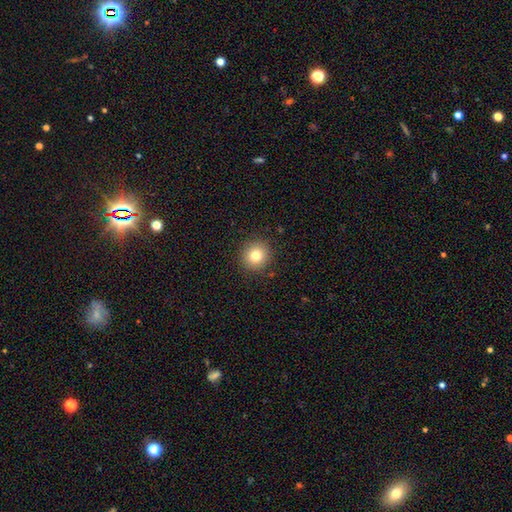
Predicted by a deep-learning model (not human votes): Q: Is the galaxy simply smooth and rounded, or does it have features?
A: smooth — 80%.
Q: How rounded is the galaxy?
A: round — 93%.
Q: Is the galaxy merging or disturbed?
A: none — 90%.